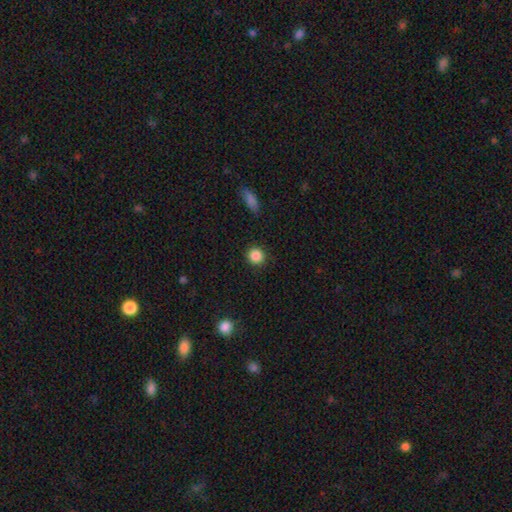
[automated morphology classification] Smooth or featured? smooth (87%)
How rounded? round (93%)
Merging? none (90%)